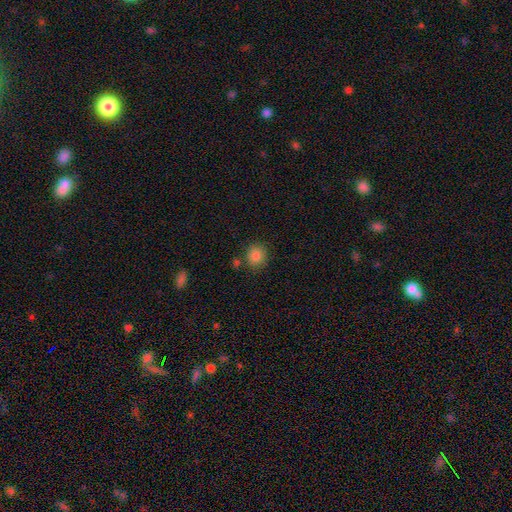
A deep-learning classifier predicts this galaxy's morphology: smooth-or-featured: smooth: 86% | star or artifact: 10% | featured or disk: 4%
  how-rounded: round: 78% | in between: 21% | cigar-shaped: 1%
  merging: none: 78% | minor disturbance: 11% | merger: 7% | major disturbance: 3%